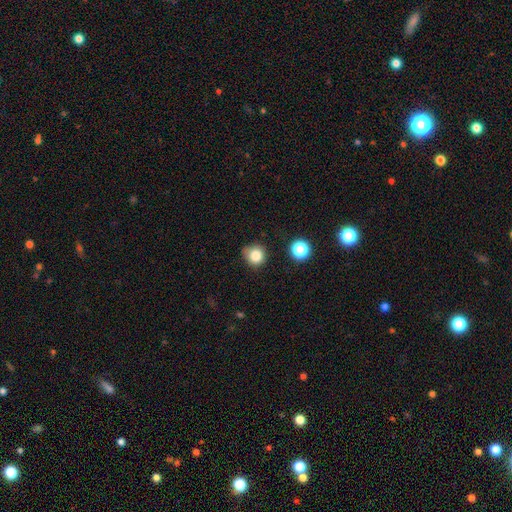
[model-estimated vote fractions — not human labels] A smooth galaxy with no disk features (83%) that is round (89%). Merging: none (70%).